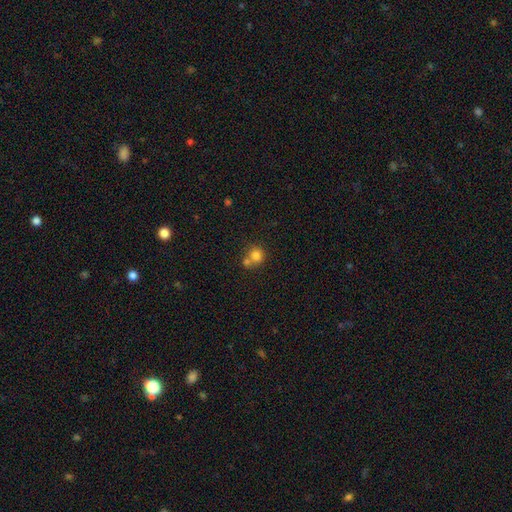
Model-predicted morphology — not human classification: A smooth galaxy with no disk features (79%) that is round (84%). Merging: none (45%).